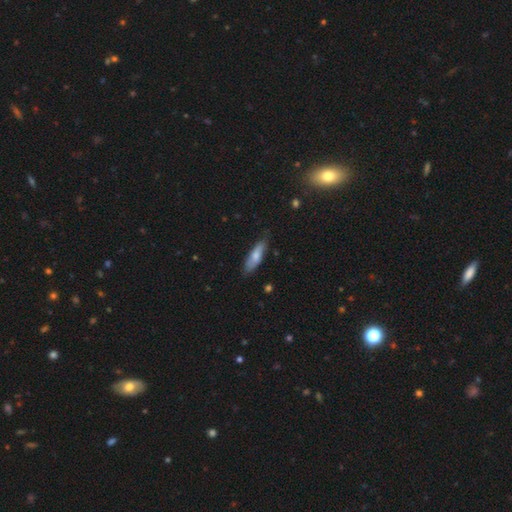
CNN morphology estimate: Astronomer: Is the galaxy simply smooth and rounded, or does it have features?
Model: smooth — 68%.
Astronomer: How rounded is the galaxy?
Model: cigar-shaped — 51% (runner-up: in between, 47%).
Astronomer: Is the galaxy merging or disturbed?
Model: none — 75%.